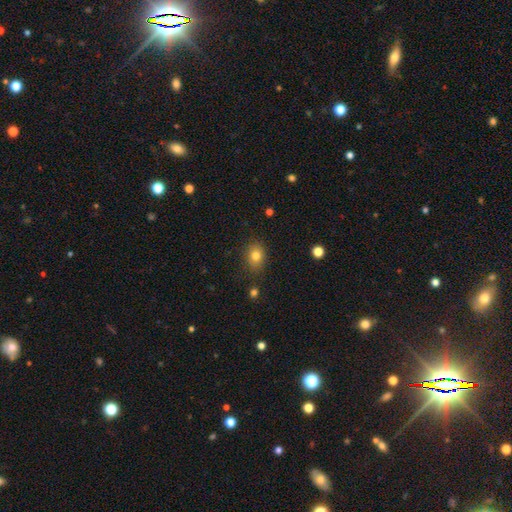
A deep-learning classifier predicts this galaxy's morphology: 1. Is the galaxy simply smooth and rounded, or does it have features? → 80% smooth, 11% star or artifact, 8% featured or disk.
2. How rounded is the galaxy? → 57% in between, 42% round, 1% cigar-shaped.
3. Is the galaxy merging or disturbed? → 83% none, 12% minor disturbance, 3% major disturbance, 2% merger.